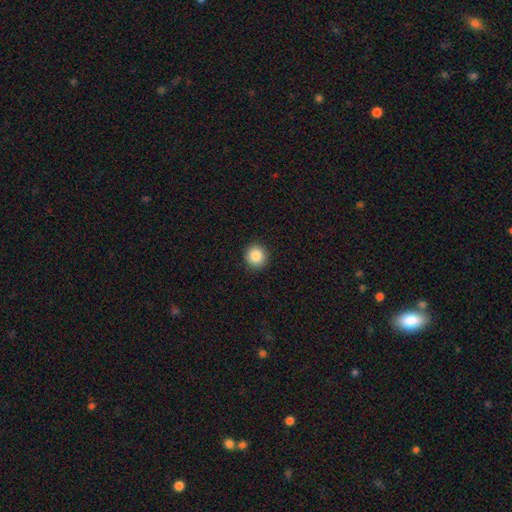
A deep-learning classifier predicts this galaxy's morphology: Q: Smooth or featured?
A: smooth (87%); runner-up: star or artifact (9%)
Q: How rounded?
A: round (93%); runner-up: in between (6%)
Q: Merging?
A: none (92%); runner-up: minor disturbance (5%)